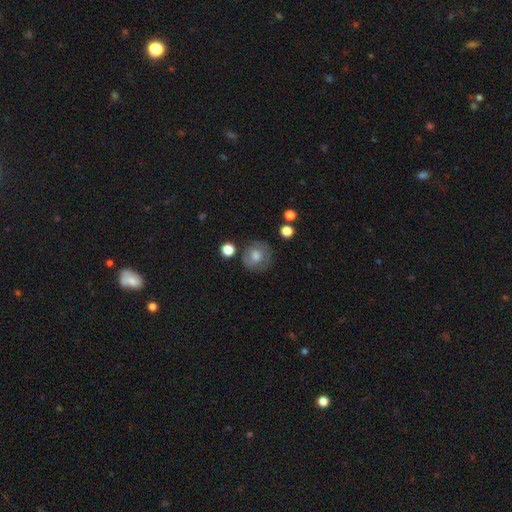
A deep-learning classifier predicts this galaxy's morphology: smooth 67%, featured or disk 23%, star or artifact 10%. Down the decision tree: how rounded — round (84%); merging — none (78%).